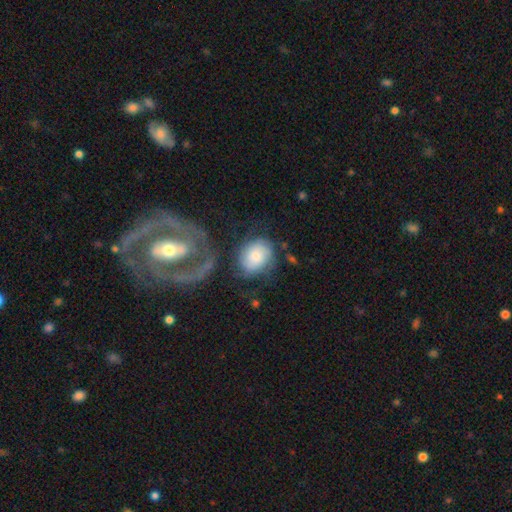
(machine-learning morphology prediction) Smooth or featured? smooth (57%)
How rounded? round (59%)
Merging? none (51%)